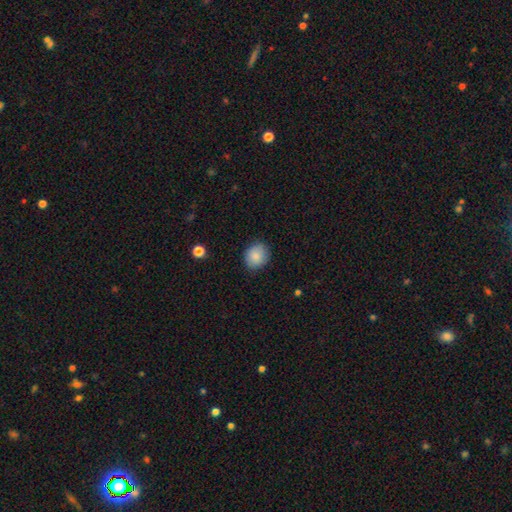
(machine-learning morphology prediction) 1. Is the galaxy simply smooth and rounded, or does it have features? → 86% smooth, 8% star or artifact, 6% featured or disk.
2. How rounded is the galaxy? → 73% round, 26% in between, 1% cigar-shaped.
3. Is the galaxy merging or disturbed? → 85% none, 11% minor disturbance, 3% major disturbance, 1% merger.